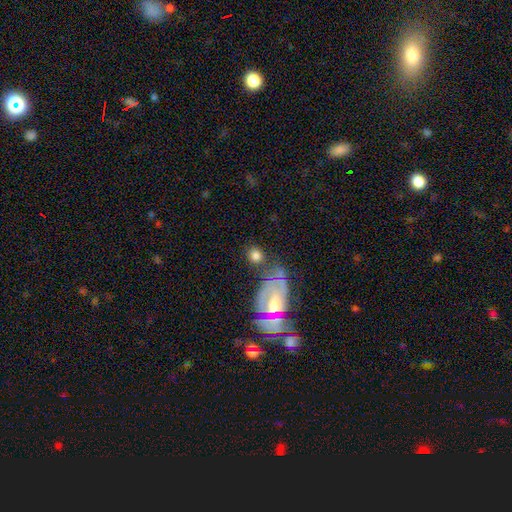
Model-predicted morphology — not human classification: This appears to be a smooth galaxy with no disk features (76%) that is round (70%). Merging: none (62%).